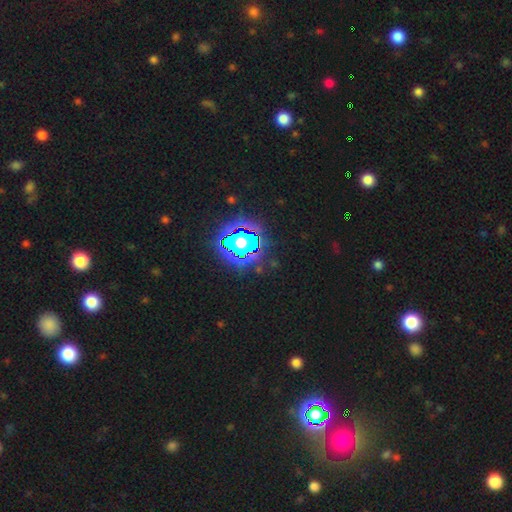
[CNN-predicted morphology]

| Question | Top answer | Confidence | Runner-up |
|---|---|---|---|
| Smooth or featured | star or artifact | 82% | smooth (11%) |